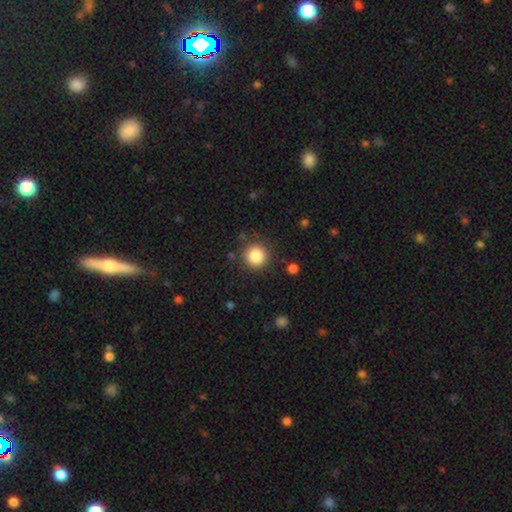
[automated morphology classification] Smooth or featured?
  - smooth: 86% *
  - star or artifact: 10%
  - featured or disk: 4%
How rounded?
  - round: 95% *
  - in between: 4%
  - cigar-shaped: 1%
Merging?
  - none: 88% *
  - minor disturbance: 7%
  - major disturbance: 3%
  - merger: 2%